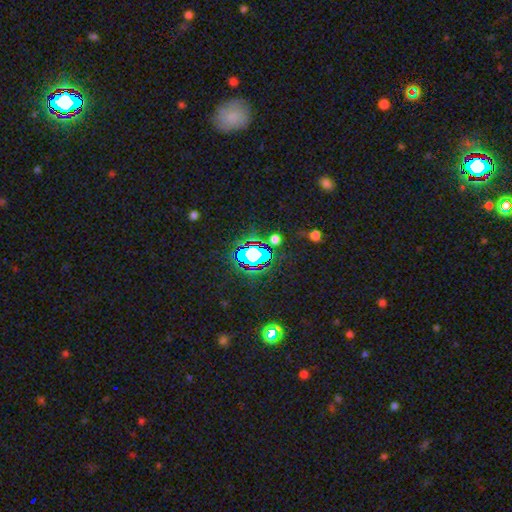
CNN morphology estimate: A star or artifact, not a galaxy (63%).